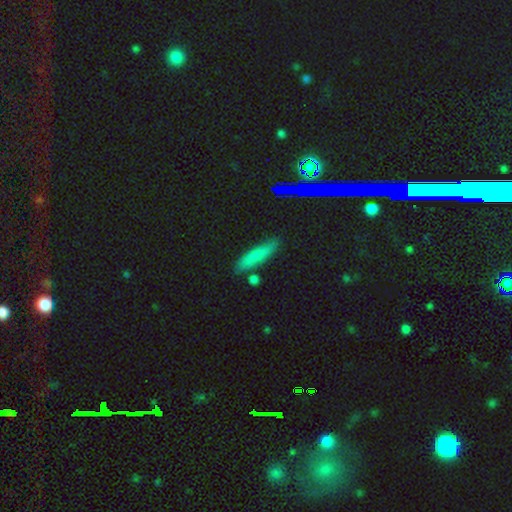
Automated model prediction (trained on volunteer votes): Q: Smooth or featured?
A: smooth (71%); runner-up: featured or disk (15%)
Q: How rounded?
A: cigar-shaped (69%); runner-up: in between (28%)
Q: Merging?
A: none (78%); runner-up: minor disturbance (14%)